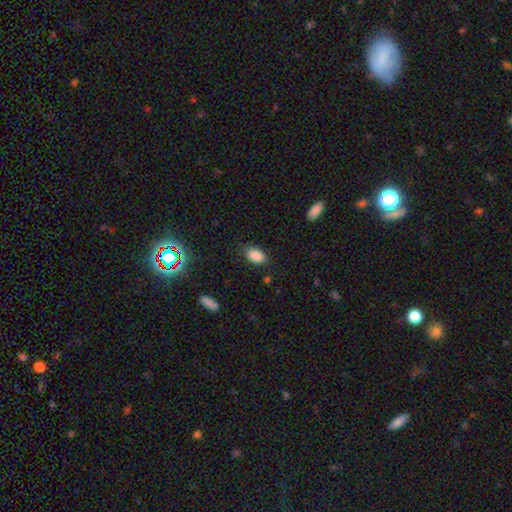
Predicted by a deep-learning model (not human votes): This appears to be a smooth galaxy with no disk features (86%) that is in between round and cigar-shaped (89%). Merging: none (82%).